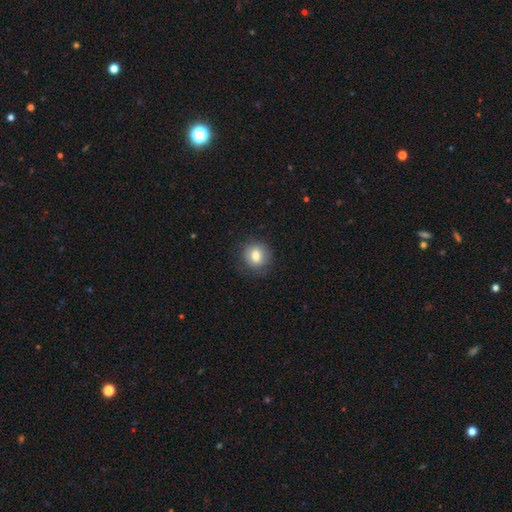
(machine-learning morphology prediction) This is likely a smooth galaxy (78%). How rounded: clearly round (86%). Merging: clearly none (84%).